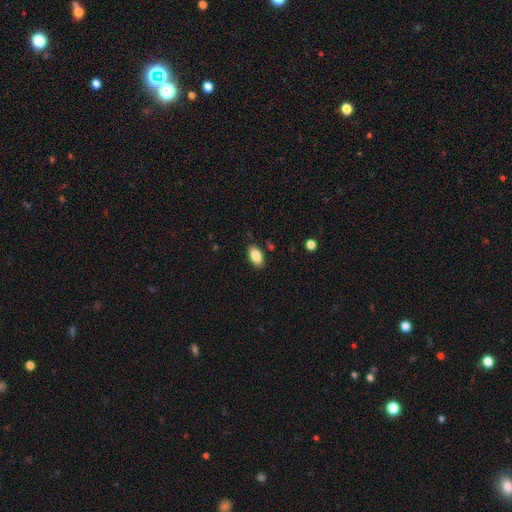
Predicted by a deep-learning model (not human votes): The model was most divided on "merging": none: 86%, minor disturbance: 11%, major disturbance: 2%, merger: 1%. More confident: how rounded — in between (92%); smooth or featured — smooth (86%).